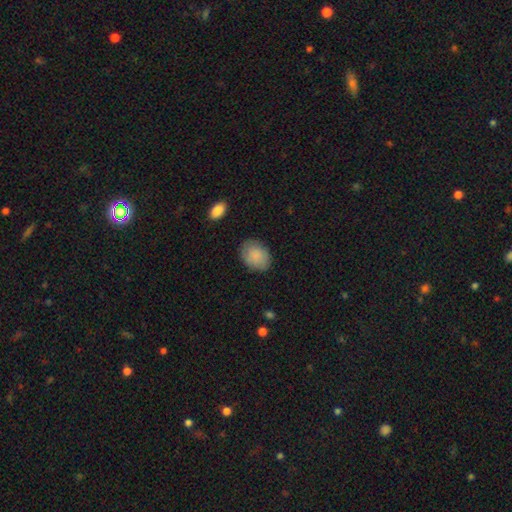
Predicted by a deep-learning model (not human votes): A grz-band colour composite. It shows a smooth galaxy with no disk features (85%) that is in between round and cigar-shaped (62%). Merging: none (78%).